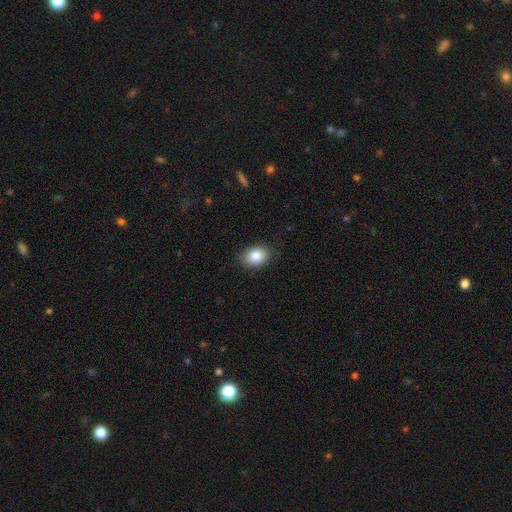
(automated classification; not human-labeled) A smooth galaxy with no disk features (85%) that is in between round and cigar-shaped (79%).

Vote fractions:
- Smooth or featured? smooth: 85% / star or artifact: 8% / featured or disk: 7%
- How rounded? in between: 79% / round: 20% / cigar-shaped: 1%
- Merging? none: 86% / minor disturbance: 11% / major disturbance: 2% / merger: 1%